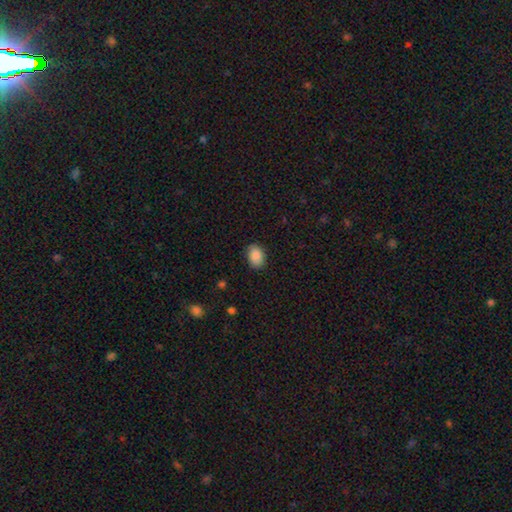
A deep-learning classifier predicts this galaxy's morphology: Q: Smooth or featured?
A: smooth (89%); runner-up: star or artifact (8%)
Q: How rounded?
A: in between (74%); runner-up: round (25%)
Q: Merging?
A: none (85%); runner-up: minor disturbance (12%)